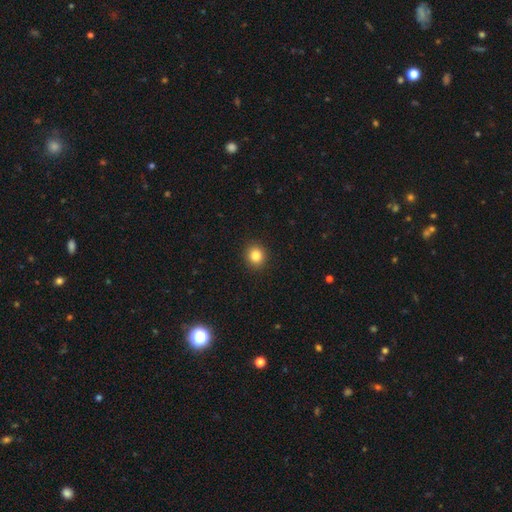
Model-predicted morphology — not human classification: smooth 84%, star or artifact 11%, featured or disk 6%. Down the decision tree: how rounded — round (86%); merging — none (92%).